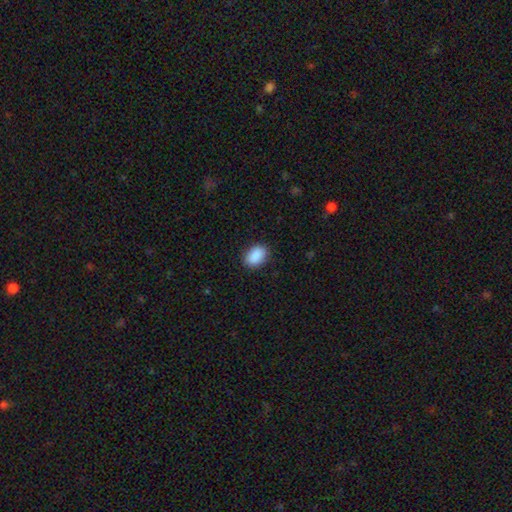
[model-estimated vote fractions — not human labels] smooth-or-featured: smooth: 90% | star or artifact: 7% | featured or disk: 3%
  how-rounded: in between: 84% | round: 14% | cigar-shaped: 1%
  merging: none: 87% | minor disturbance: 10% | major disturbance: 2% | merger: 1%